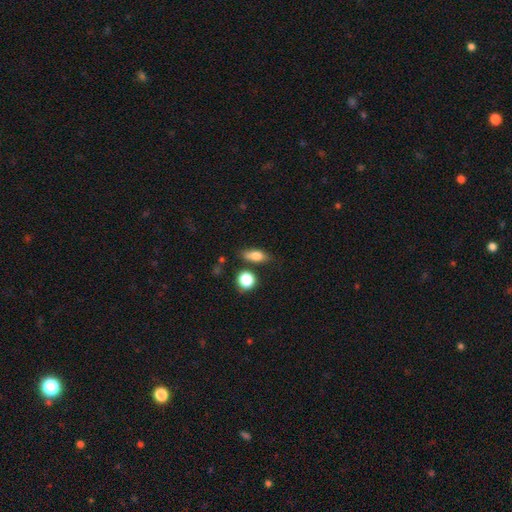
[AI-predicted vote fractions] Smooth or featured? smooth (75%)
How rounded? in between (67%)
Merging? none (70%)